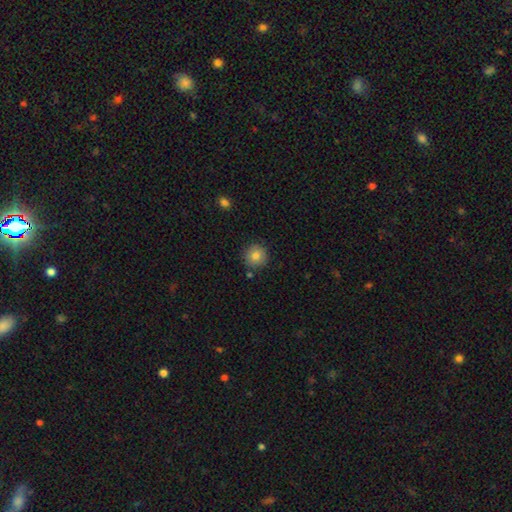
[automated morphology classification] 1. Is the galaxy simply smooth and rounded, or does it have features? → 83% smooth, 9% star or artifact, 8% featured or disk.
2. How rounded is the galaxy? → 94% round, 5% in between, 1% cigar-shaped.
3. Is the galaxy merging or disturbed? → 86% none, 8% minor disturbance, 3% merger, 2% major disturbance.